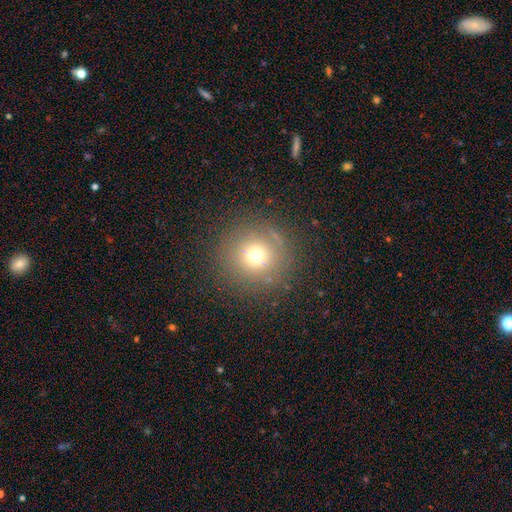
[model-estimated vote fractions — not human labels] A smooth galaxy with no disk features (68%) that is round (95%). Merging: none (85%).